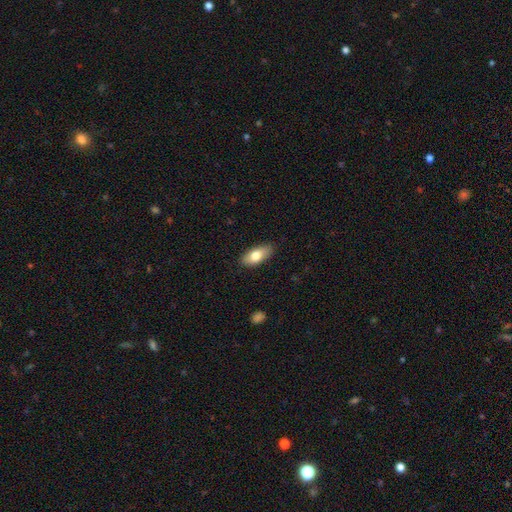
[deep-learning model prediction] Overall: smooth (77%). How rounded: in between (85%). Merging: none (85%).